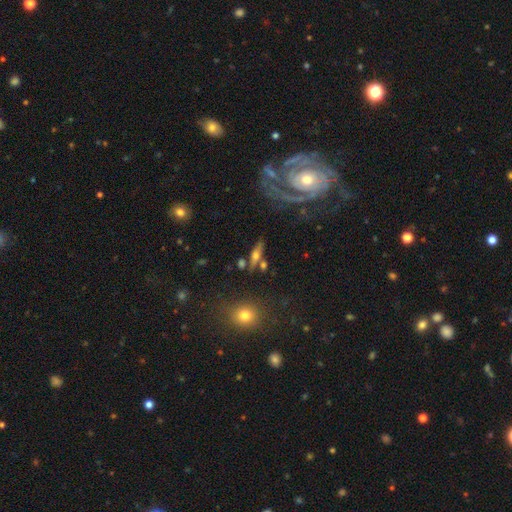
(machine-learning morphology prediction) The model was most divided on "smooth or featured": featured or disk: 52%, smooth: 37%, star or artifact: 12%. More confident: edge-on disk — yes (82%); merging — none (66%).